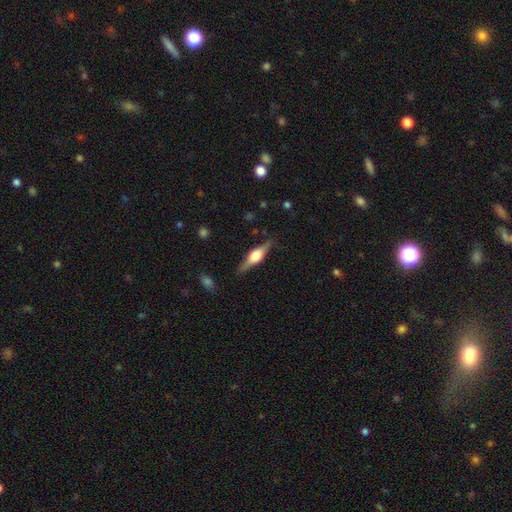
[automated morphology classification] smooth-or-featured: featured or disk: 70% | smooth: 24% | star or artifact: 6%
  disk-edge-on: yes: 97% | no: 3%
    edge-on-bulge: rounded: 90% | boxy: 8% | none: 2%
  merging: none: 86% | minor disturbance: 10% | major disturbance: 2% | merger: 1%